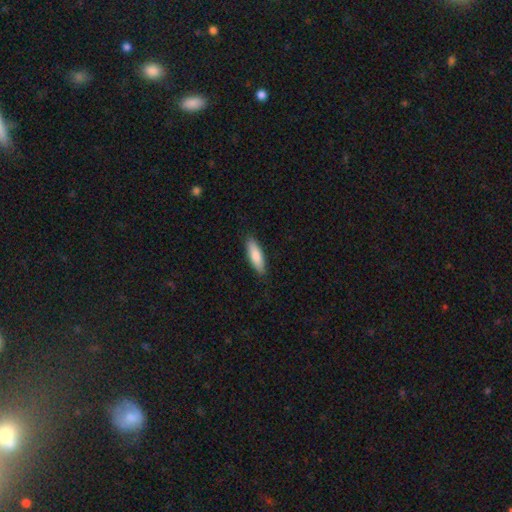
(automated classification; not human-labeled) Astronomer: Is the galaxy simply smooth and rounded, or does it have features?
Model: smooth — 82%.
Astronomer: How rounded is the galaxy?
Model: cigar-shaped — 57% (runner-up: in between, 41%).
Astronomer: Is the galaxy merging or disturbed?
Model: none — 88%.